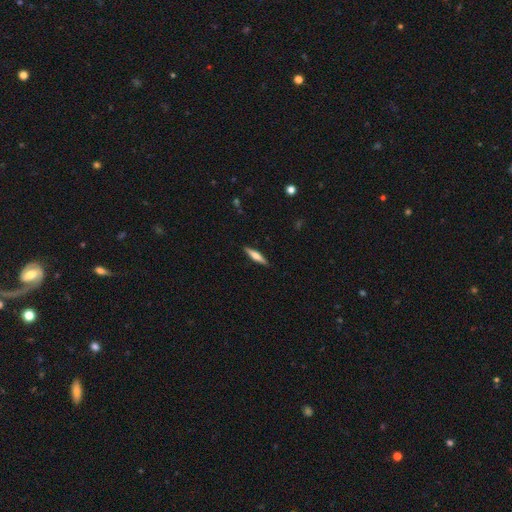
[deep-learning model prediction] featured or disk 49%, smooth 45%, star or artifact 6%. Down the decision tree: merging — none (90%).